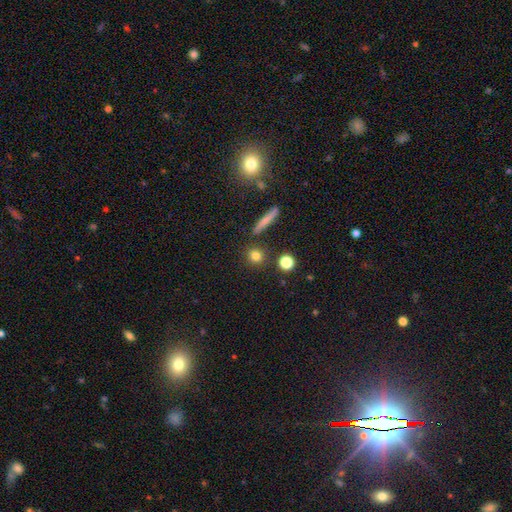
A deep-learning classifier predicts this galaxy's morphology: A smooth galaxy with no disk features (79%) that is round (85%).

Vote fractions:
- Smooth or featured? smooth: 79% / star or artifact: 12% / featured or disk: 8%
- How rounded? round: 85% / in between: 11% / cigar-shaped: 5%
- Merging? none: 85% / minor disturbance: 7% / merger: 6% / major disturbance: 3%